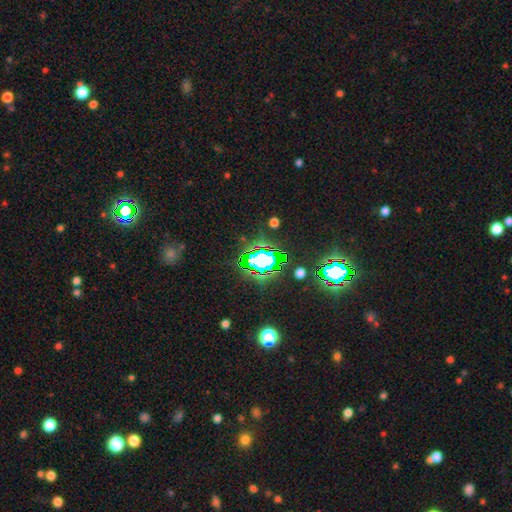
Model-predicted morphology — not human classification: Smooth or featured? star or artifact (82%)